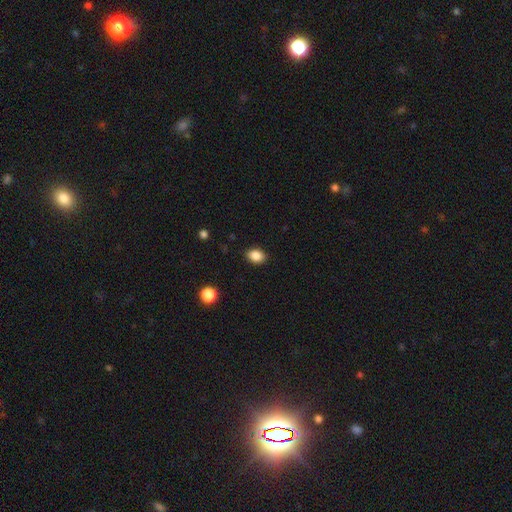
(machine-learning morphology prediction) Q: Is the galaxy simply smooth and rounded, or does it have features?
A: smooth — 87%.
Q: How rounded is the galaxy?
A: in between — 74%.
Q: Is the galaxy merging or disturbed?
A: none — 88%.